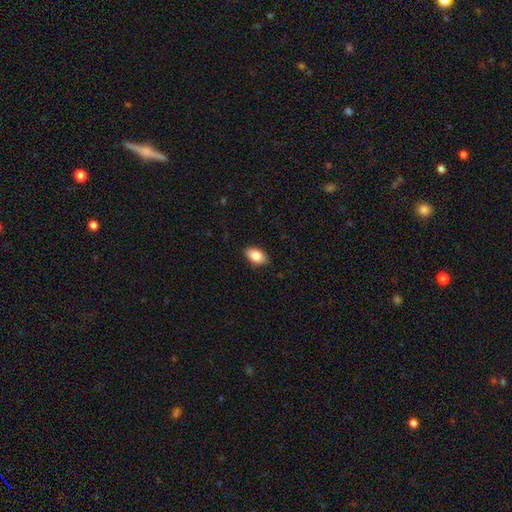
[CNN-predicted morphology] type=smooth (85%); roundness=in between (92%); merging=none (88%).